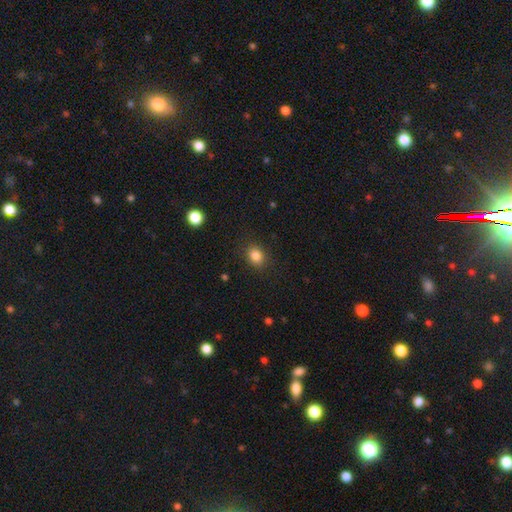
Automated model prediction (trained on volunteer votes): Smooth or featured?
  - smooth: 84% *
  - star or artifact: 11%
  - featured or disk: 5%
How rounded?
  - round: 53% *
  - in between: 46%
  - cigar-shaped: 1%
Merging?
  - none: 87% *
  - minor disturbance: 9%
  - major disturbance: 3%
  - merger: 1%